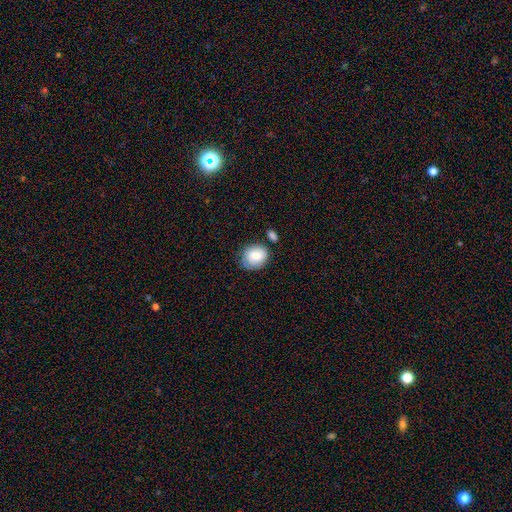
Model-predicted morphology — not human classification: Smooth or featured?
  - smooth: 82% *
  - featured or disk: 11%
  - star or artifact: 7%
How rounded?
  - round: 61% *
  - in between: 38%
  - cigar-shaped: 1%
Merging?
  - none: 65% *
  - minor disturbance: 20%
  - merger: 10%
  - major disturbance: 5%